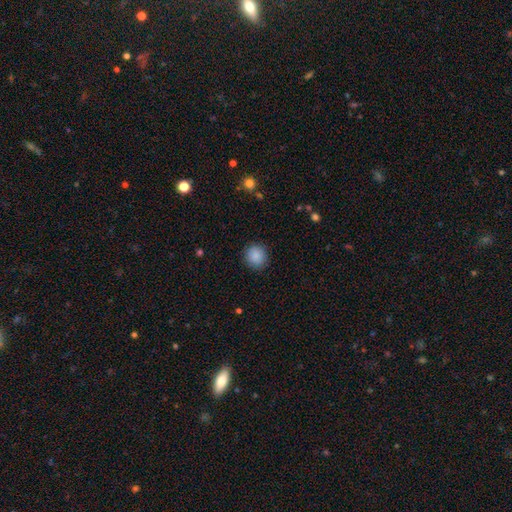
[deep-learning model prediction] Smooth or featured? Predicted: smooth (p=0.88). How rounded? Predicted: round (p=0.91). Merging? Predicted: none (p=0.90).